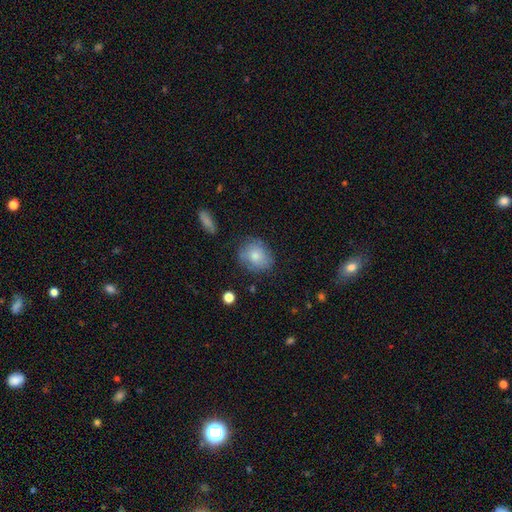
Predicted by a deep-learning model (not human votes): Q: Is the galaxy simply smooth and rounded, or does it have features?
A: smooth — 75%.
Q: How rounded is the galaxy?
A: round — 68%.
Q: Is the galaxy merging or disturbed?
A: none — 72%.